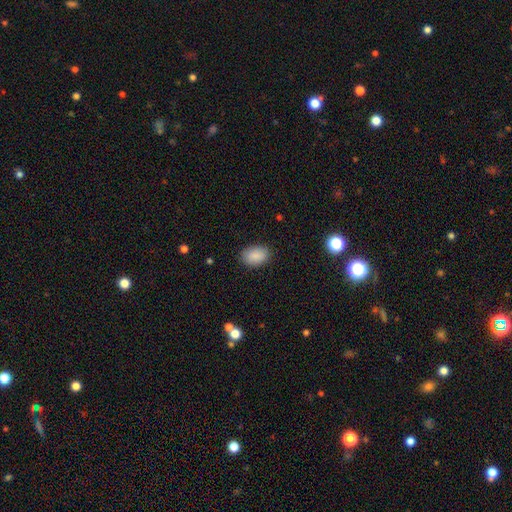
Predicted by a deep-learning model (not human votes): Morphology: type=smooth (89%); roundness=in between (88%); merging=none (87%).